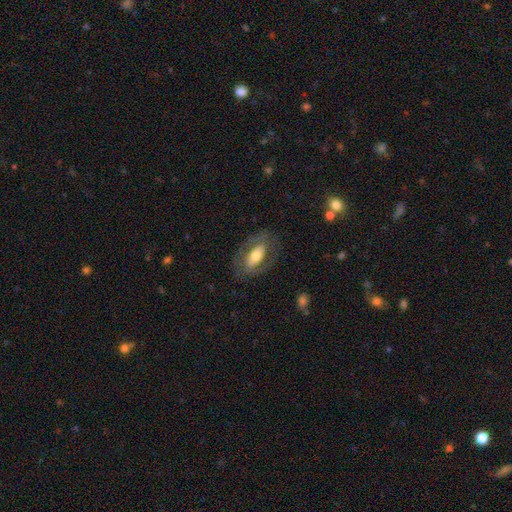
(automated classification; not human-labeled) Smooth or featured? Predicted: featured or disk (p=0.49). Merging? Predicted: none (p=0.75).